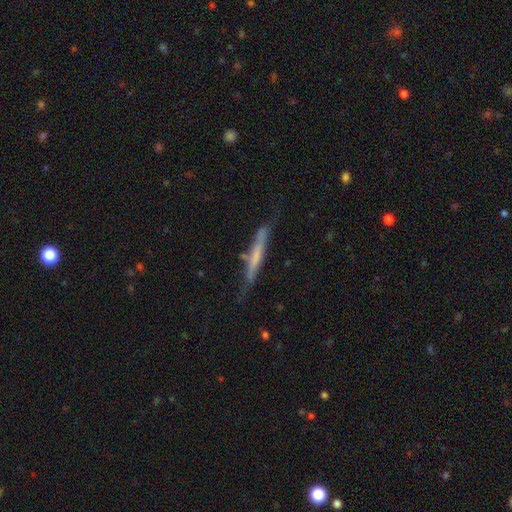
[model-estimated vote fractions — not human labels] A featured or disk galaxy (48%).

Vote fractions:
- Smooth or featured? featured or disk: 48% / smooth: 45% / star or artifact: 6%
- Merging? none: 71% / minor disturbance: 21% / major disturbance: 5% / merger: 3%